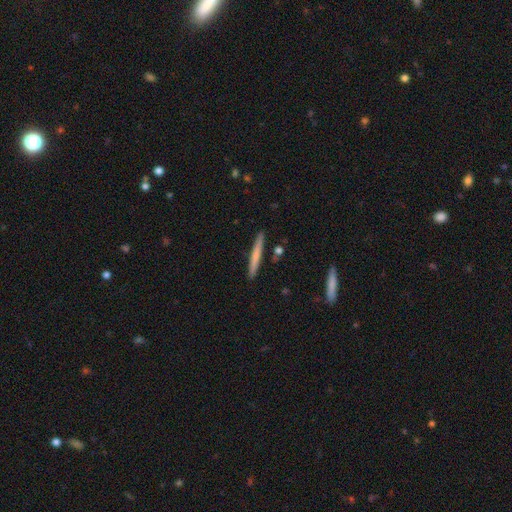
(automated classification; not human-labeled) Smooth or featured?
  - smooth: 65% *
  - featured or disk: 30%
  - star or artifact: 5%
How rounded?
  - cigar-shaped: 96% *
  - in between: 2%
  - round: 1%
Merging?
  - none: 90% *
  - minor disturbance: 6%
  - merger: 2%
  - major disturbance: 1%